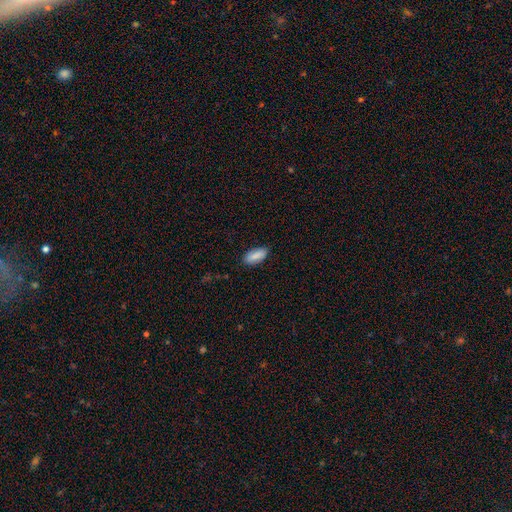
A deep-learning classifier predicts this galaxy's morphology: A smooth galaxy with no disk features (87%) that is in between round and cigar-shaped (85%).

Vote fractions:
- Smooth or featured? smooth: 87% / featured or disk: 7% / star or artifact: 6%
- How rounded? in between: 85% / cigar-shaped: 13% / round: 2%
- Merging? none: 84% / minor disturbance: 13% / major disturbance: 2% / merger: 1%